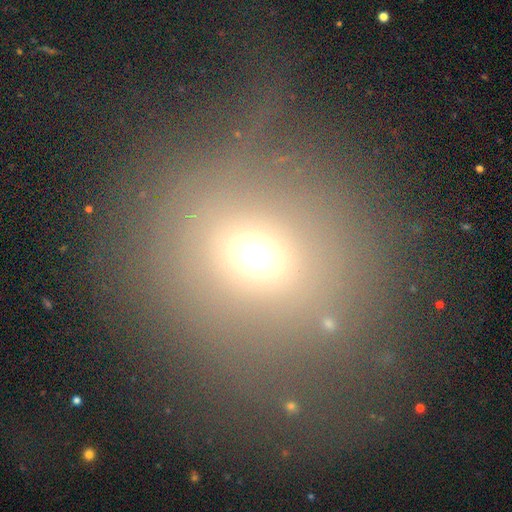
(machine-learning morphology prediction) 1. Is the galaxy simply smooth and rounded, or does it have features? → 64% smooth, 22% star or artifact, 15% featured or disk.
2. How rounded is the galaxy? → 77% round, 21% in between, 2% cigar-shaped.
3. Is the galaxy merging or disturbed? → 65% none, 15% major disturbance, 14% minor disturbance, 6% merger.